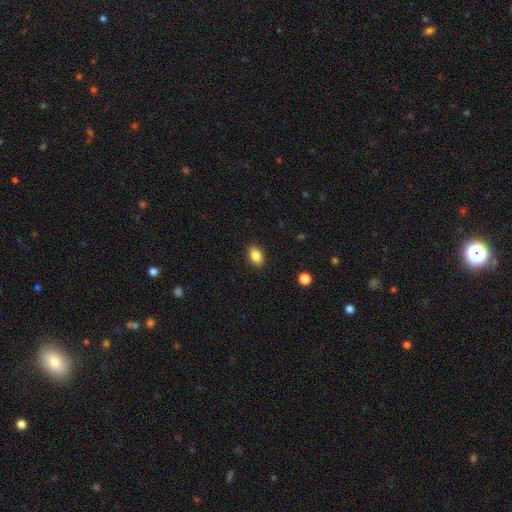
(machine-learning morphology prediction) This appears to be a smooth galaxy with no disk features (85%) that is in between round and cigar-shaped (86%). Merging: none (89%).